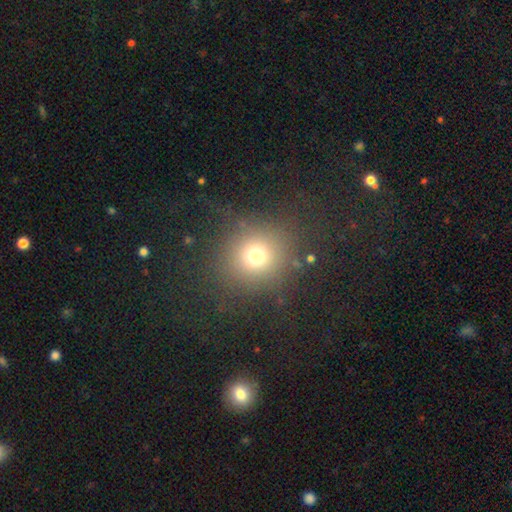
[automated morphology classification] type=smooth (70%); roundness=round (89%); merging=none (78%).